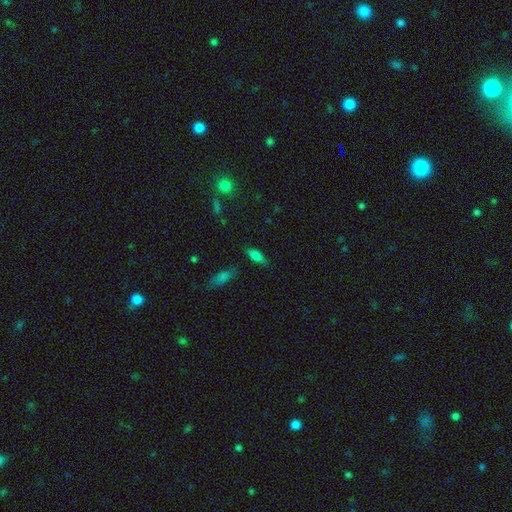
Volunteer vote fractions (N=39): Smooth or featured? smooth (72%)
How rounded? in between (96%)
Merging? none (81%)